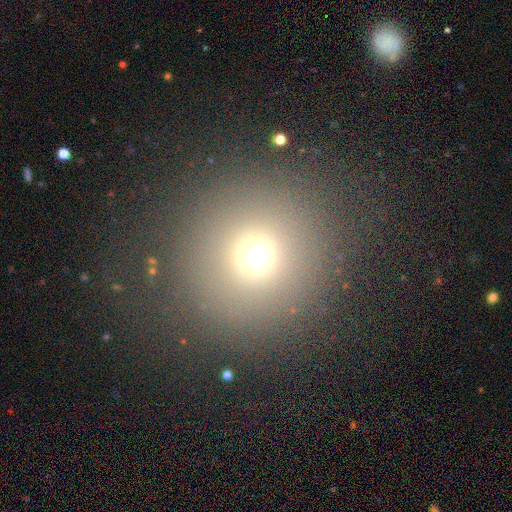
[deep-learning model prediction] smooth_or_featured: smooth (p=0.67) [alt: star or artifact p=0.24]
how_rounded: round (p=0.94) [alt: in between p=0.05]
merging: none (p=0.87) [alt: minor disturbance p=0.06]